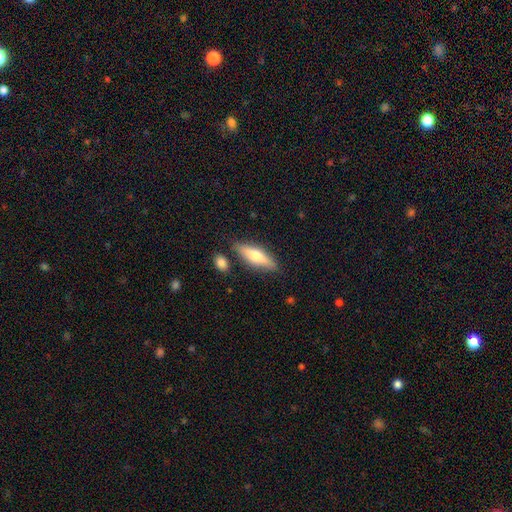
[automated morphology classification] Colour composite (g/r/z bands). It shows a smooth galaxy with no disk features (52%) that is cigar-shaped (60%). Merging: none (81%).